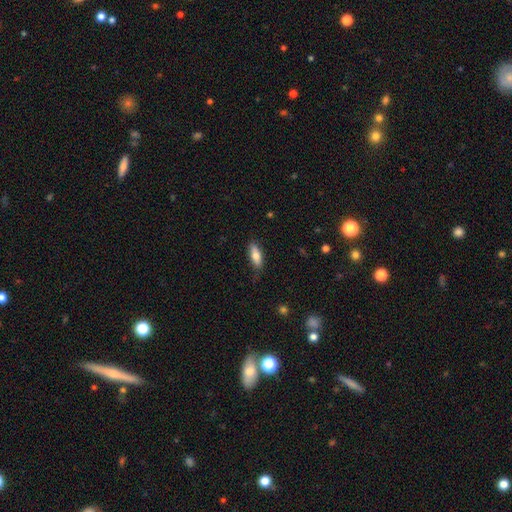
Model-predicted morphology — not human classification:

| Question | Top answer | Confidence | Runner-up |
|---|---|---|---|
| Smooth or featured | smooth | 72% | featured or disk (22%) |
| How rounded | in between | 66% | cigar-shaped (32%) |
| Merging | none | 77% | minor disturbance (18%) |